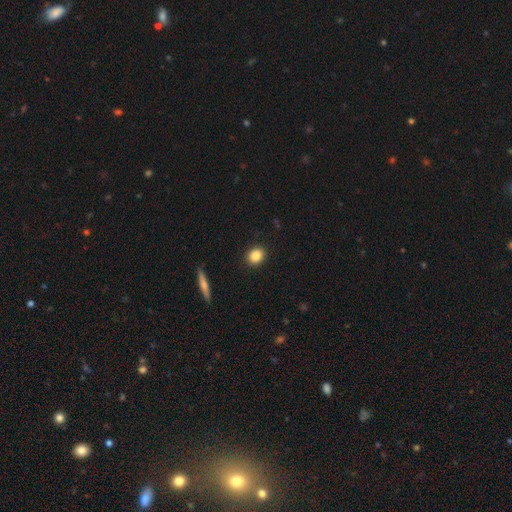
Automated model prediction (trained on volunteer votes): Overall: smooth (86%). How rounded: round (72%). Merging: none (91%).